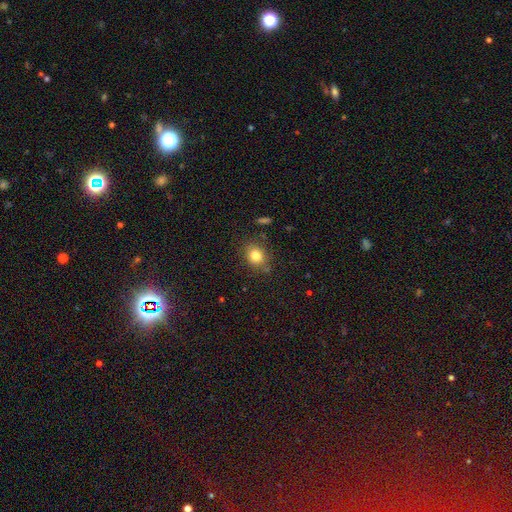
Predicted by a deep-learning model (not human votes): A smooth galaxy with no disk features (81%) that is round (67%). Merging: none (80%).